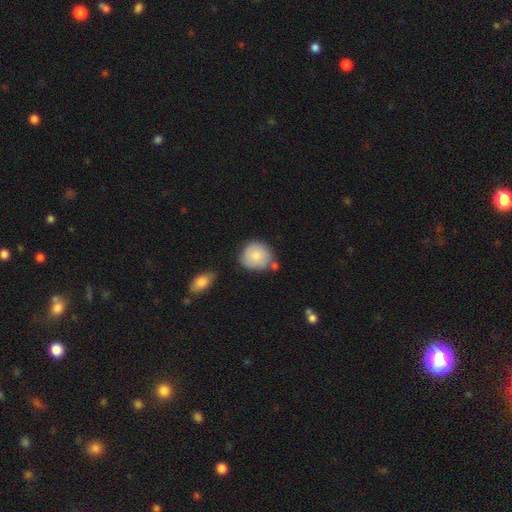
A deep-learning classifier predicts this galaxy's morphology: smooth 81%, featured or disk 13%, star or artifact 6%. Down the decision tree: how rounded — round (88%); merging — none (67%).